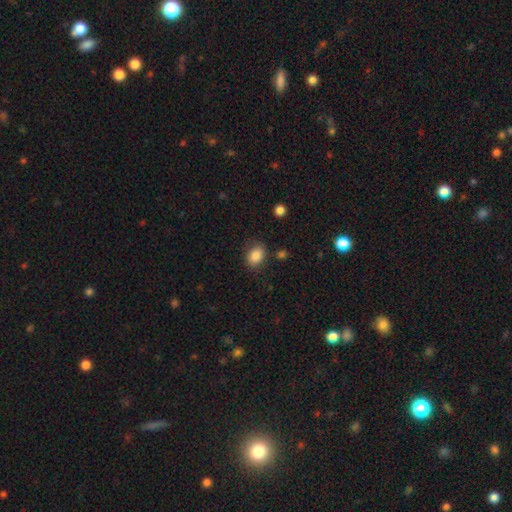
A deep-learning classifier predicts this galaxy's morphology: Smooth or featured? Predicted: smooth (p=0.86). How rounded? Predicted: in between (p=0.71). Merging? Predicted: none (p=0.80).